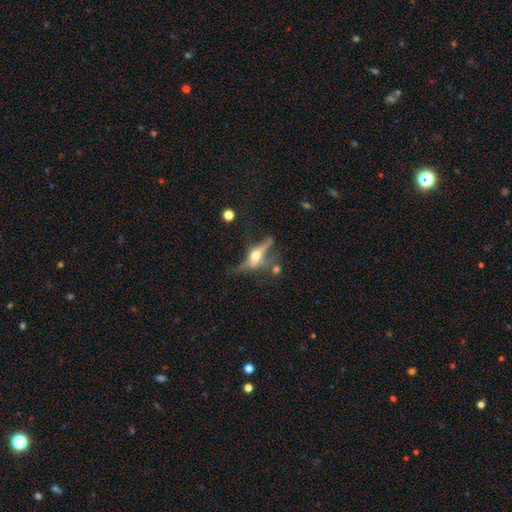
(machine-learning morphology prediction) Smooth or featured? Predicted: featured or disk (p=0.67). Edge-on disk? Predicted: yes (p=0.85). Edge-on bulge? Predicted: rounded (p=0.94). Merging? Predicted: none (p=0.53).